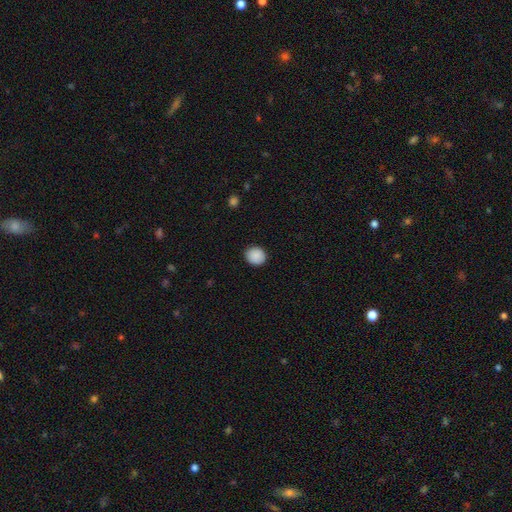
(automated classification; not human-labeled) Smooth or featured: smooth — 89% (star or artifact — 8%)
How rounded: round — 81% (in between — 18%)
Merging: none — 90% (minor disturbance — 7%)